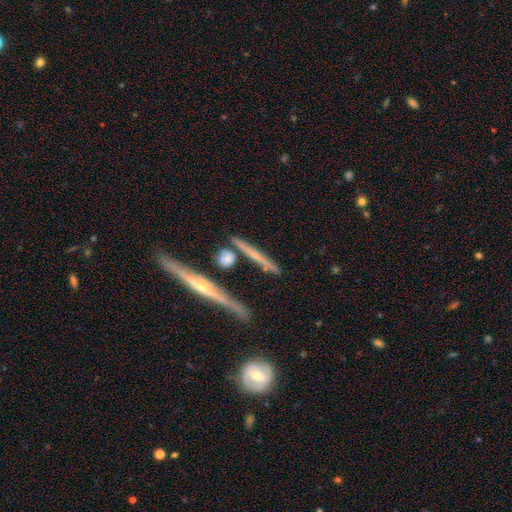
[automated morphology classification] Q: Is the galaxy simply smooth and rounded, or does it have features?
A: featured or disk — 65%.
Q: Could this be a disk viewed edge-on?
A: yes — 93%.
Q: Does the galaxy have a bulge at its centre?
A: rounded — 55%.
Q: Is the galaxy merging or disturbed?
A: none — 75%.